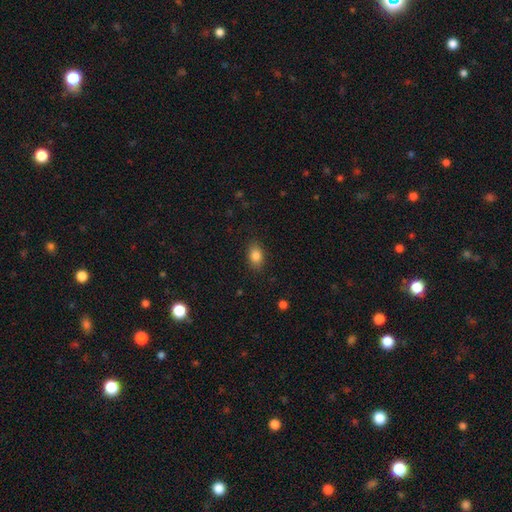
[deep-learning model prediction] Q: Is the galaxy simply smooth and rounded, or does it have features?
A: smooth — 85%.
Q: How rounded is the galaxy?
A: in between — 82%.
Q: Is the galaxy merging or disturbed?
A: none — 85%.